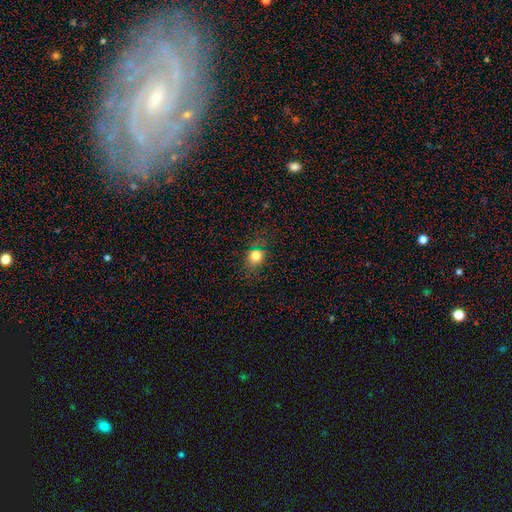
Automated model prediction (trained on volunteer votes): Smooth or featured: smooth — 79% (star or artifact — 14%)
How rounded: round — 74% (in between — 25%)
Merging: none — 80% (minor disturbance — 14%)